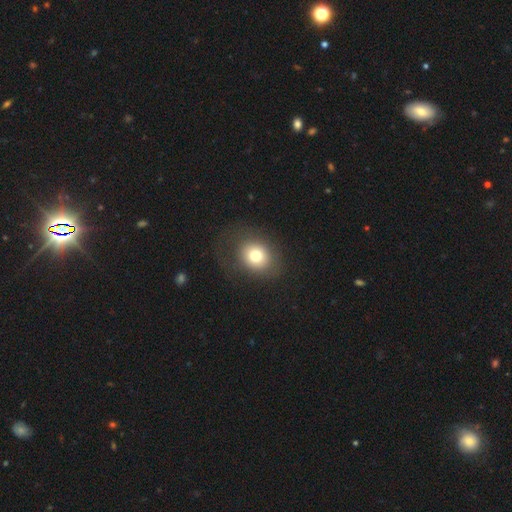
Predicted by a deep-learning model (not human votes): A smooth galaxy with no disk features (75%) that is round (59%).

Vote fractions:
- Smooth or featured? smooth: 75% / featured or disk: 14% / star or artifact: 11%
- How rounded? round: 59% / in between: 40% / cigar-shaped: 1%
- Merging? none: 76% / minor disturbance: 14% / major disturbance: 9% / merger: 1%